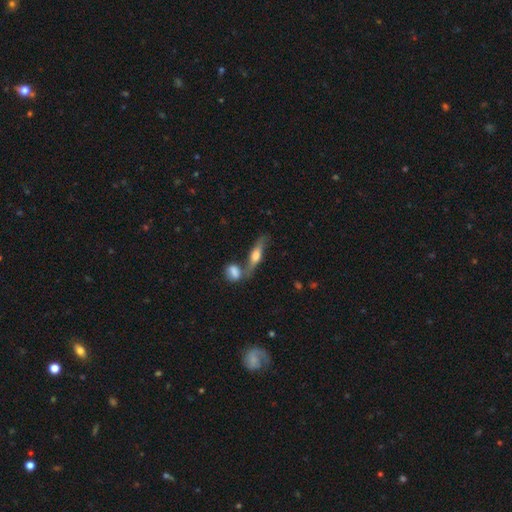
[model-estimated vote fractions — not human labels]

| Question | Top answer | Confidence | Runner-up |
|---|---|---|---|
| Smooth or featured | featured or disk | 52% | smooth (41%) |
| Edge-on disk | yes | 83% | no (17%) |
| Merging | none | 53% | merger (29%) |